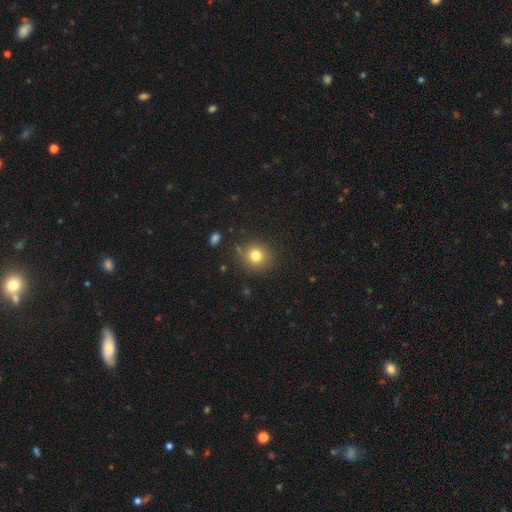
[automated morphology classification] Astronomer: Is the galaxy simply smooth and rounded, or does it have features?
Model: smooth — 78%.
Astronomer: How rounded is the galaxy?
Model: round — 90%.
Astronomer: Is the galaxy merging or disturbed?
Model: none — 85%.